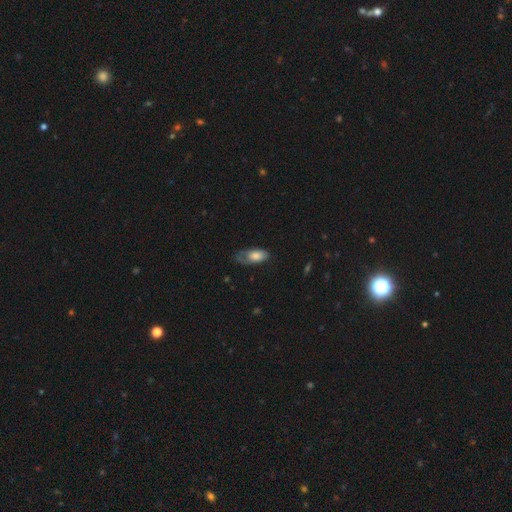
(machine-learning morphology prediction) Q: Smooth or featured?
A: smooth (68%); runner-up: featured or disk (25%)
Q: How rounded?
A: in between (87%); runner-up: cigar-shaped (9%)
Q: Merging?
A: none (37%); runner-up: minor disturbance (35%)